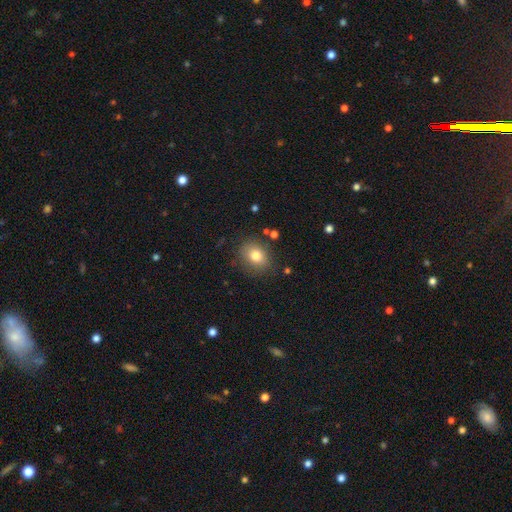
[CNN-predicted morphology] Smooth or featured?
  - smooth: 79% *
  - star or artifact: 11%
  - featured or disk: 10%
How rounded?
  - round: 56% *
  - in between: 43%
  - cigar-shaped: 1%
Merging?
  - none: 81% *
  - minor disturbance: 13%
  - major disturbance: 4%
  - merger: 2%